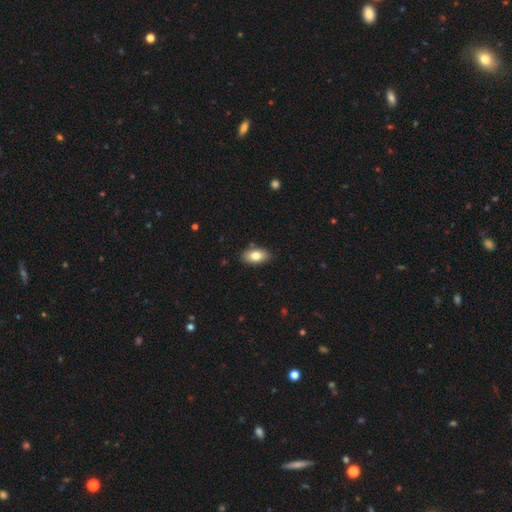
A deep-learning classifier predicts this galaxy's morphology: Smooth or featured: smooth — 80% (featured or disk — 13%)
How rounded: in between — 92% (round — 6%)
Merging: none — 86% (minor disturbance — 10%)